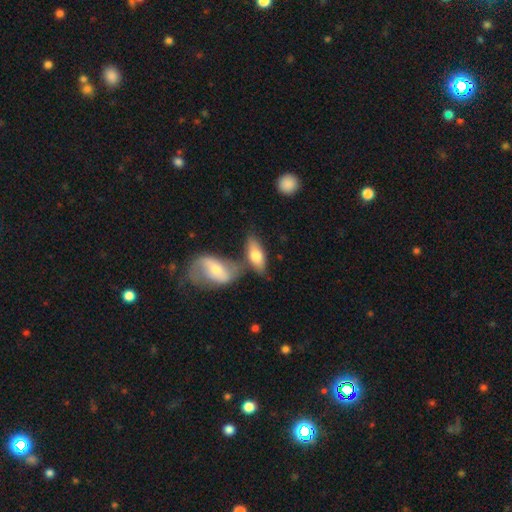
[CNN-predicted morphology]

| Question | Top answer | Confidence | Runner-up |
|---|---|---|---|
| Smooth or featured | smooth | 64% | featured or disk (30%) |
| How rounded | in between | 81% | cigar-shaped (16%) |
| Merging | none | 43% | merger (37%) |